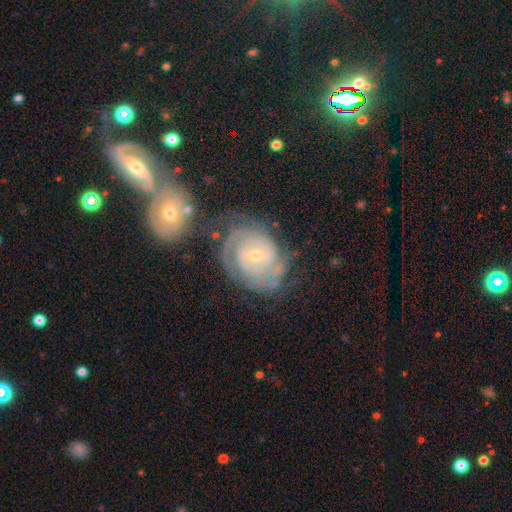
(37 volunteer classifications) smooth_or_featured: featured or disk (p=0.92) [alt: star or artifact p=0.05]
disk_edge_on: no (p=0.97) [alt: yes p=0.03]
bar: no (p=0.76) [alt: weak p=0.21]
has_spiral_arms: yes (p=0.97) [alt: no p=0.03]
spiral_winding: tight (p=0.88) [alt: medium p=0.12]
spiral_arm_count: 2 (p=0.44) [alt: can't tell p=0.28]
bulge_size: moderate (p=0.48) [alt: small p=0.45]
merging: minor disturbance (p=0.43) [alt: none p=0.34]